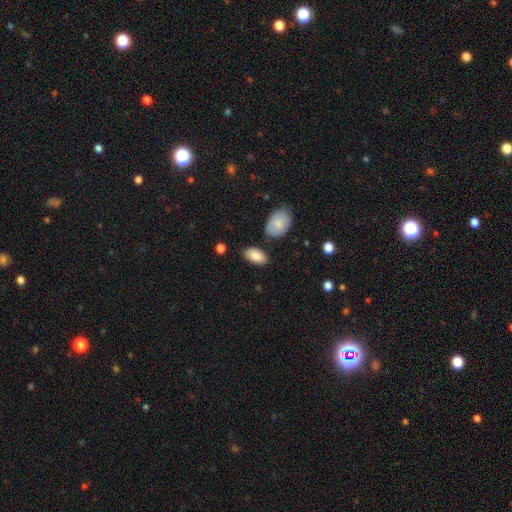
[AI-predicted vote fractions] The model was most divided on "merging": none: 79%, minor disturbance: 14%, merger: 4%, major disturbance: 3%. More confident: how rounded — in between (95%); smooth or featured — smooth (87%).